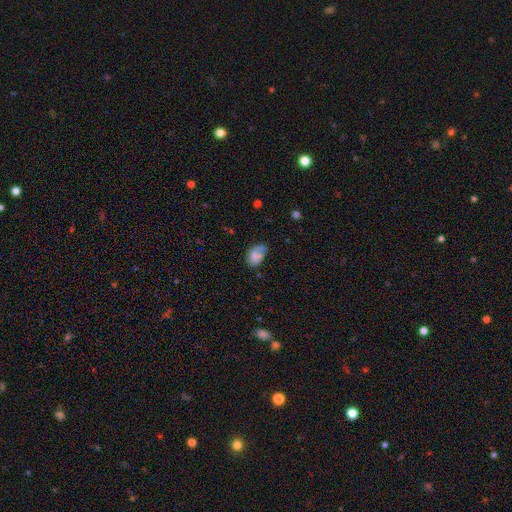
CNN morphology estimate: Smooth or featured: smooth — 55% (featured or disk — 34%)
How rounded: in between — 83% (round — 15%)
Merging: none — 40% (minor disturbance — 27%)